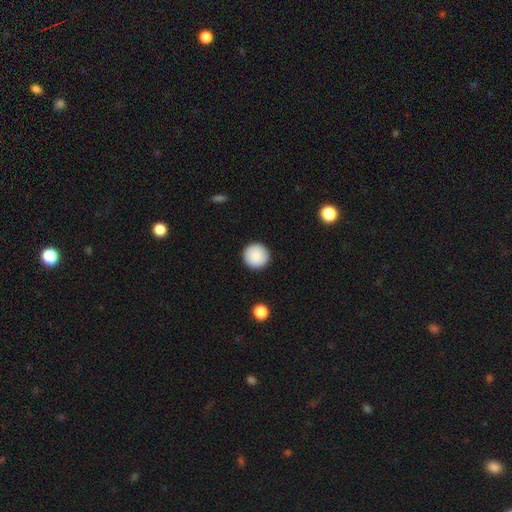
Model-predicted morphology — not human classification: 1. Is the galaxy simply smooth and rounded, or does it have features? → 88% smooth, 7% star or artifact, 4% featured or disk.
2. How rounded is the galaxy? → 96% round, 3% in between, 1% cigar-shaped.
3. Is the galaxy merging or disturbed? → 93% none, 4% minor disturbance, 1% major disturbance, 1% merger.